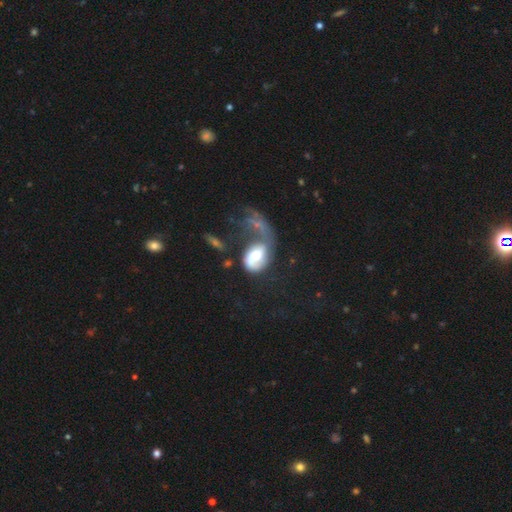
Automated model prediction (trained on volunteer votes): A featured or disk galaxy (58%) with no bar (62%), spiral arms (74%) and a moderate central bulge (65%).

Vote fractions:
- Smooth or featured? featured or disk: 58% / smooth: 35% / star or artifact: 7%
- Edge-on disk? no: 96% / yes: 4%
- Bar? no: 62% / weak: 29% / strong: 9%
- Spiral arms? yes: 74% / no: 26%
- Bulge size? moderate: 65% / large: 19% / small: 12% / dominant: 2% / none: 2%
- Merging? major disturbance: 43% / merger: 25% / none: 18% / minor disturbance: 14%